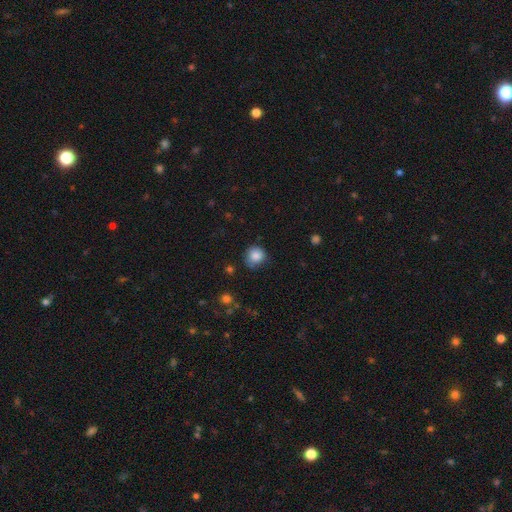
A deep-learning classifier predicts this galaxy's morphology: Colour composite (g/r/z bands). It shows a smooth galaxy with no disk features (85%) that is round (86%). Merging: none (70%).